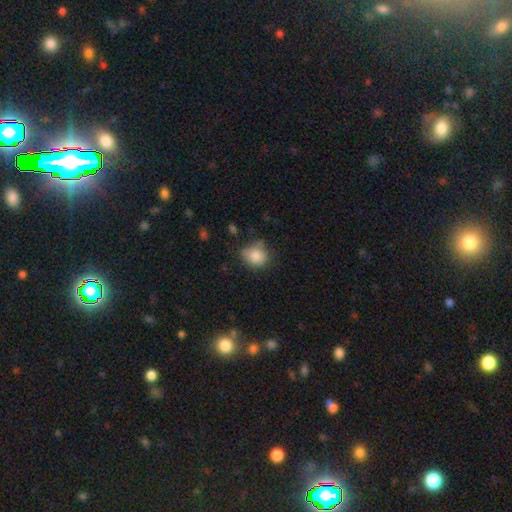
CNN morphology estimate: smooth 83%, star or artifact 9%, featured or disk 7%. Down the decision tree: how rounded — round (70%); merging — none (62%).